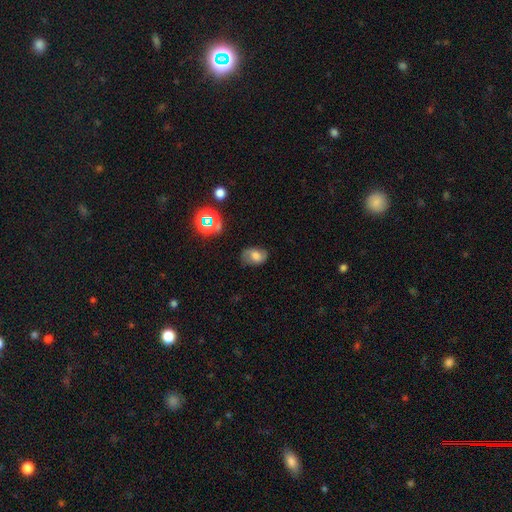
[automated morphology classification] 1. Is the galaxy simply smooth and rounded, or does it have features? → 59% smooth, 26% featured or disk, 15% star or artifact.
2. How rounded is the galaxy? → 79% in between, 20% round, 1% cigar-shaped.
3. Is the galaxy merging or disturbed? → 68% none, 23% minor disturbance, 8% major disturbance, 2% merger.